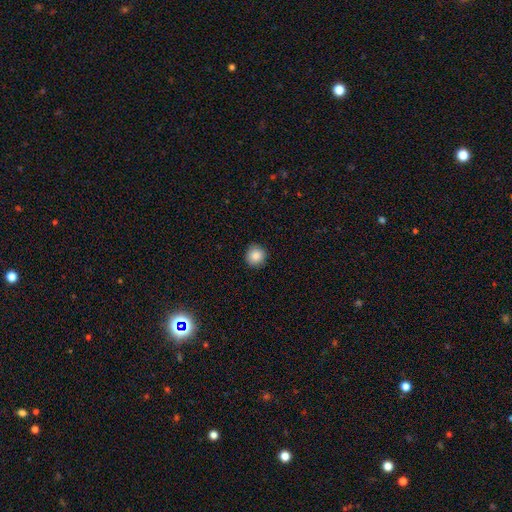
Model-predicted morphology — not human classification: Smooth or featured? smooth (87%)
How rounded? round (93%)
Merging? none (91%)